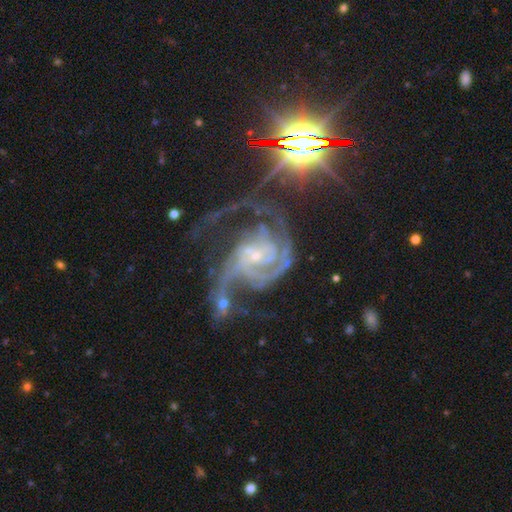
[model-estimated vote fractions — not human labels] Smooth or featured? featured or disk (89%)
Edge-on disk? no (98%)
Bar? no (55%)
Spiral arms? yes (98%)
Spiral winding? medium (49%)
Spiral arm count? 3 (32%, tied with 2)
Bulge size? small (76%)
Merging? major disturbance (38%)